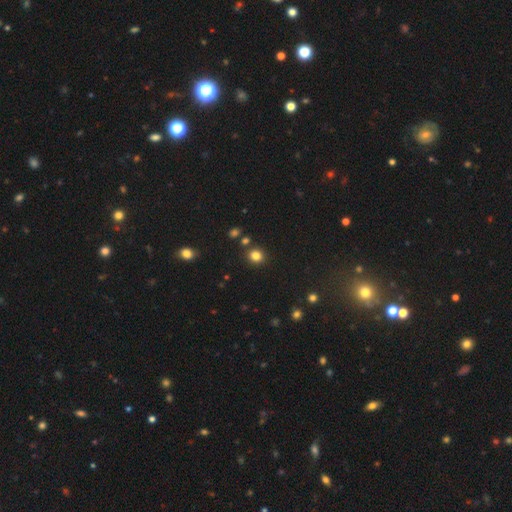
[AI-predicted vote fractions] smooth 81%, star or artifact 14%, featured or disk 5%. Down the decision tree: how rounded — round (84%); merging — none (85%).